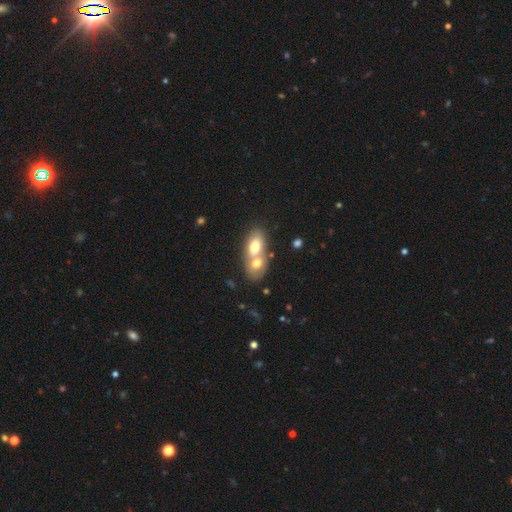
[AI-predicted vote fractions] Smooth or featured?
  - smooth: 62% *
  - featured or disk: 28%
  - star or artifact: 9%
How rounded?
  - in between: 75% *
  - round: 19%
  - cigar-shaped: 6%
Merging?
  - merger: 71% *
  - none: 20%
  - minor disturbance: 6%
  - major disturbance: 3%